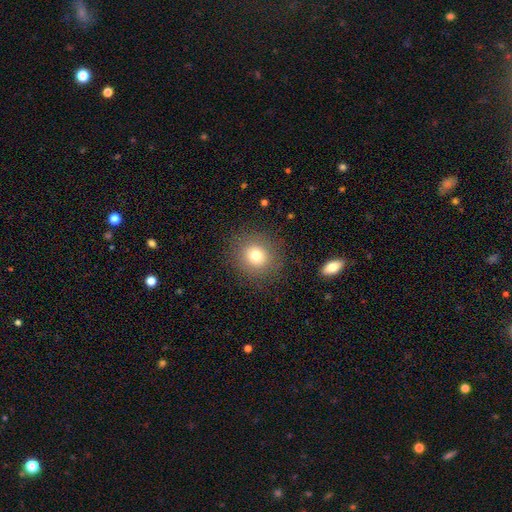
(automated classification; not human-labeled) Q: Smooth or featured?
A: smooth (75%); runner-up: star or artifact (13%)
Q: How rounded?
A: round (88%); runner-up: in between (11%)
Q: Merging?
A: none (86%); runner-up: minor disturbance (8%)